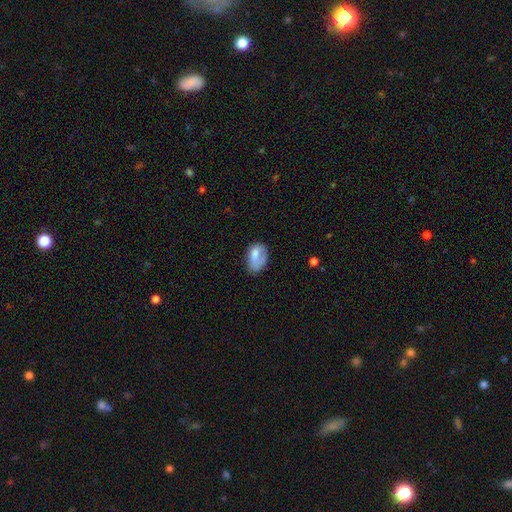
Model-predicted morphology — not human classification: Smooth or featured? Predicted: smooth (p=0.73). How rounded? Predicted: in between (p=0.85). Merging? Predicted: none (p=0.43).